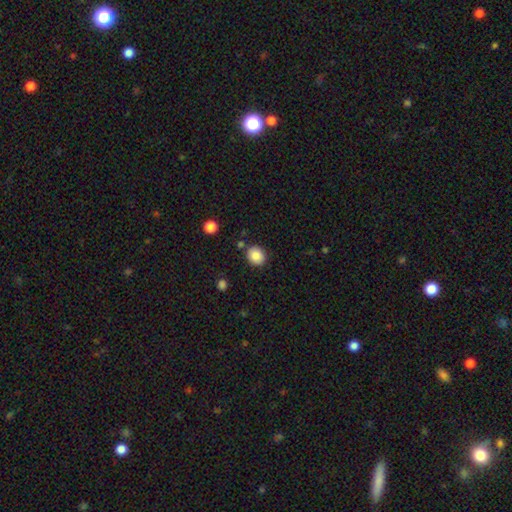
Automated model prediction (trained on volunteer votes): Smooth or featured? Predicted: smooth (p=0.86). How rounded? Predicted: round (p=0.67). Merging? Predicted: none (p=0.84).